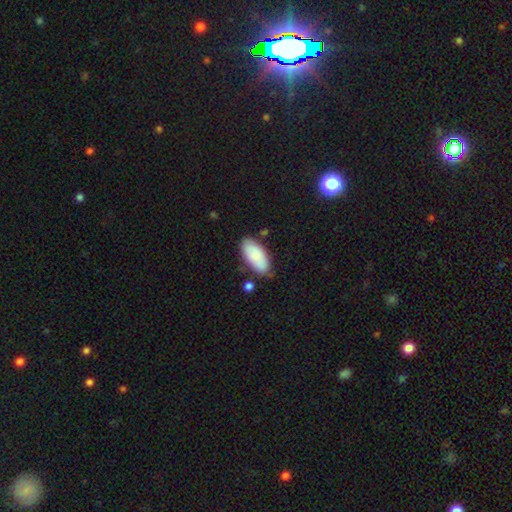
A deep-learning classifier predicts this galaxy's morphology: smooth-or-featured: smooth: 78% | featured or disk: 16% | star or artifact: 6%
  how-rounded: in between: 92% | cigar-shaped: 6% | round: 2%
  merging: none: 70% | minor disturbance: 21% | merger: 5% | major disturbance: 4%